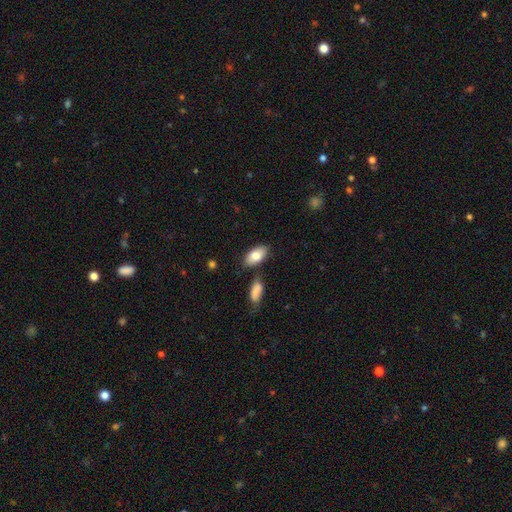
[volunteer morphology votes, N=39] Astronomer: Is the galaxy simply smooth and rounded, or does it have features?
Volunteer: smooth — 90%.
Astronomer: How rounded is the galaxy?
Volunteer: in between — 97%.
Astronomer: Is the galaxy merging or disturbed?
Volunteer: none — 81%.